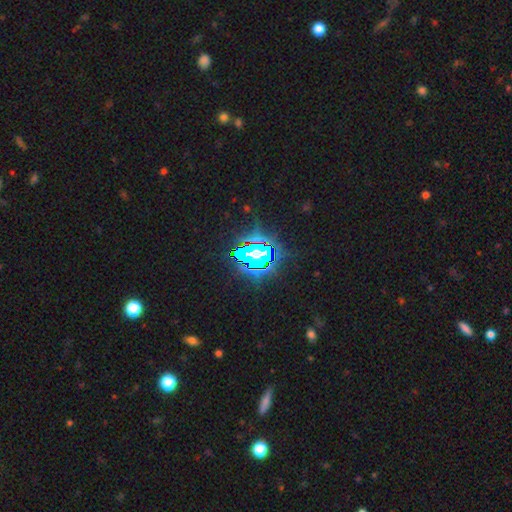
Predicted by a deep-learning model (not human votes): Q: Smooth or featured?
A: star or artifact (81%); runner-up: smooth (11%)